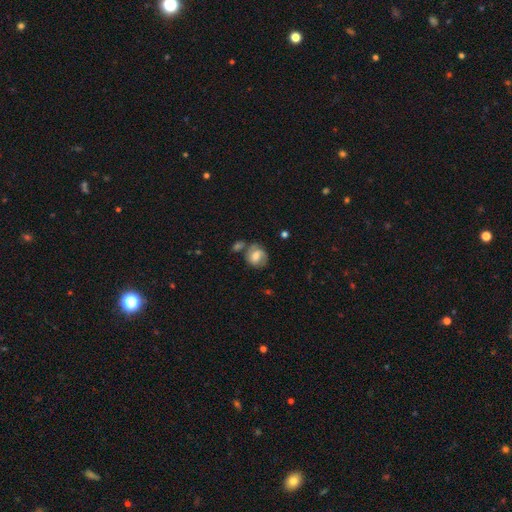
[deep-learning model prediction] A smooth galaxy with no disk features (50%). Merging: none (57%).